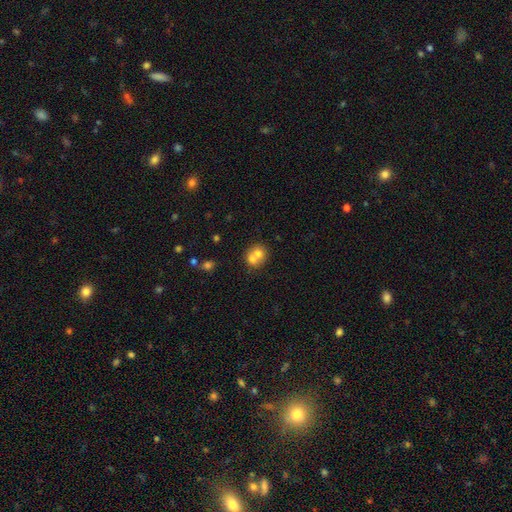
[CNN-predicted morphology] Smooth or featured? smooth (67%)
How rounded? round (76%)
Merging? merger (61%)